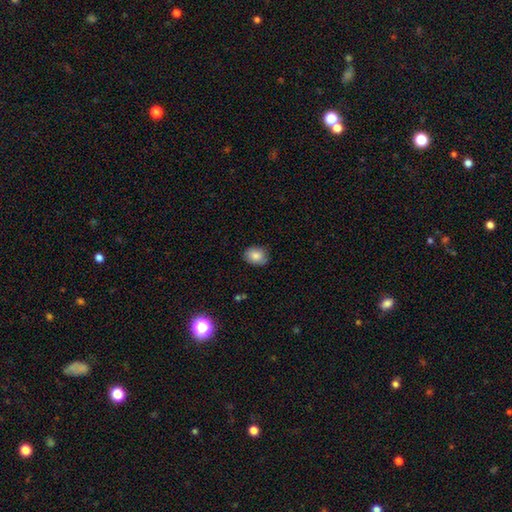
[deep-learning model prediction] smooth 84%, star or artifact 9%, featured or disk 8%. Down the decision tree: how rounded — in between (53%); merging — none (80%).